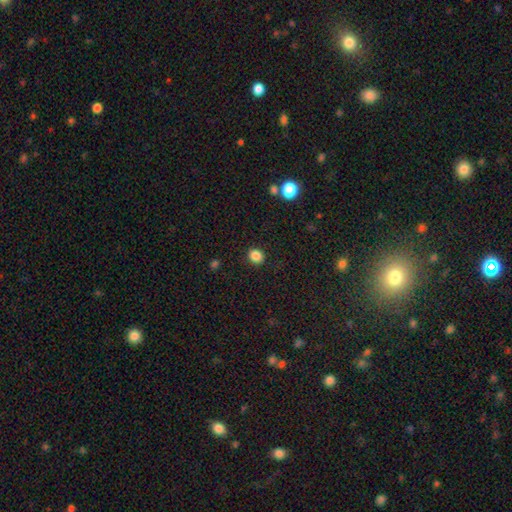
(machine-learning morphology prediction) This is clearly a smooth galaxy (85%). How rounded: clearly round (81%). Merging: clearly none (90%).